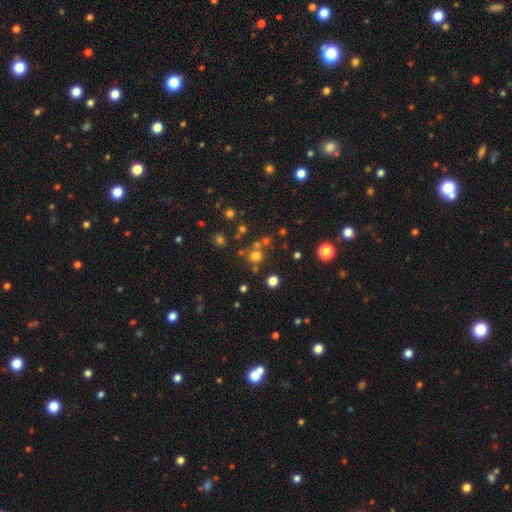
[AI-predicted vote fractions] Q: Smooth or featured?
A: smooth (65%); runner-up: star or artifact (25%)
Q: How rounded?
A: round (89%); runner-up: in between (10%)
Q: Merging?
A: none (65%); runner-up: merger (22%)